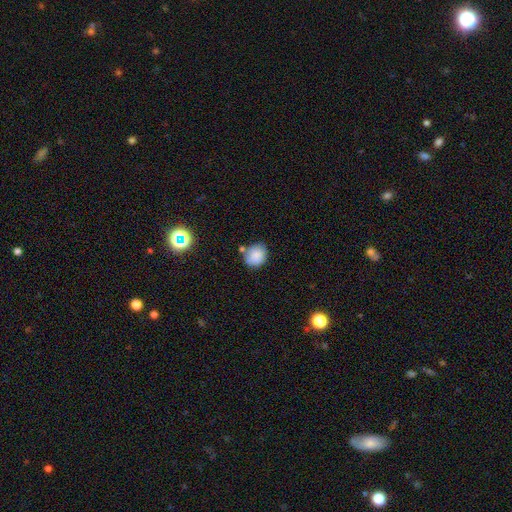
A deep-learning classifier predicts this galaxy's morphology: Smooth or featured?
  - smooth: 83% *
  - star or artifact: 10%
  - featured or disk: 7%
How rounded?
  - round: 73% *
  - in between: 26%
  - cigar-shaped: 1%
Merging?
  - none: 67% *
  - minor disturbance: 19%
  - merger: 10%
  - major disturbance: 4%